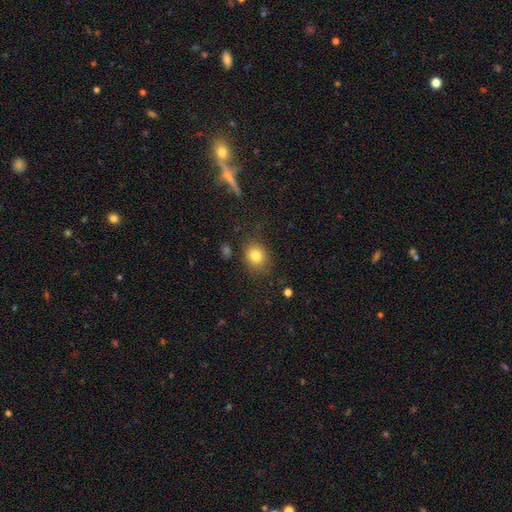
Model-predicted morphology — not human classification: Smooth or featured? Predicted: smooth (p=0.80). How rounded? Predicted: round (p=0.60). Merging? Predicted: none (p=0.76).